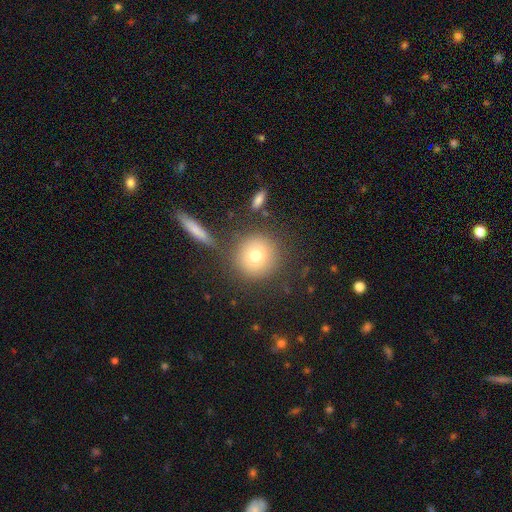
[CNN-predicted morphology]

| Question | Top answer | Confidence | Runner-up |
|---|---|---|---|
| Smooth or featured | smooth | 74% | featured or disk (14%) |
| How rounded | round | 93% | in between (6%) |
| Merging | none | 80% | minor disturbance (9%) |